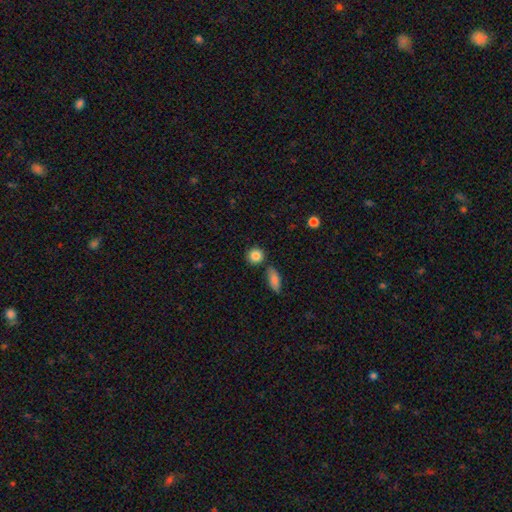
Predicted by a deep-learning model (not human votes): This is clearly a smooth galaxy (86%). How rounded: clearly round (86%). Merging: likely none (78%).